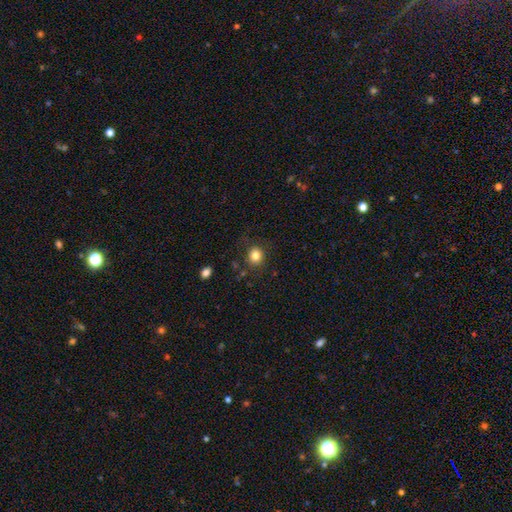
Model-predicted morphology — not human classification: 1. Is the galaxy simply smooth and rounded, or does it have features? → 83% smooth, 12% star or artifact, 6% featured or disk.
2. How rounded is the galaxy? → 79% round, 20% in between, 1% cigar-shaped.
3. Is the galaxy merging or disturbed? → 83% none, 11% minor disturbance, 4% major disturbance, 2% merger.